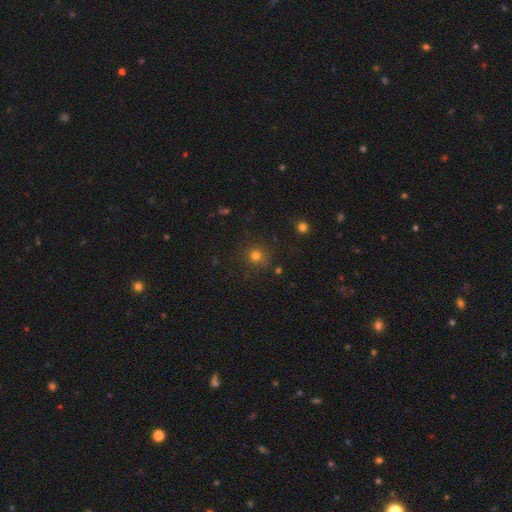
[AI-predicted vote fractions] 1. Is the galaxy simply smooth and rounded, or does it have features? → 76% smooth, 18% star or artifact, 6% featured or disk.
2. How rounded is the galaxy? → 92% round, 7% in between, 1% cigar-shaped.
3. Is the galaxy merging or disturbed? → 84% none, 10% minor disturbance, 4% major disturbance, 3% merger.